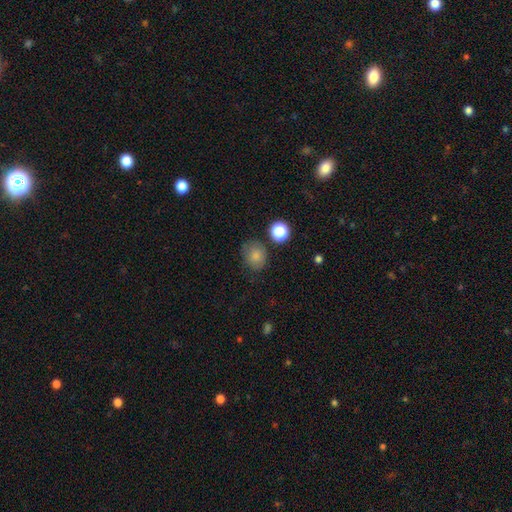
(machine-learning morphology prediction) Smooth or featured? Predicted: smooth (p=0.82). How rounded? Predicted: round (p=0.71). Merging? Predicted: none (p=0.71).